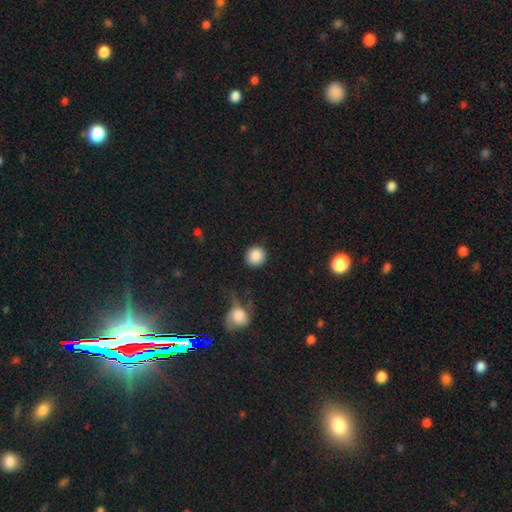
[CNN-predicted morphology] A smooth galaxy with no disk features (88%) that is round (92%). Merging: none (87%).